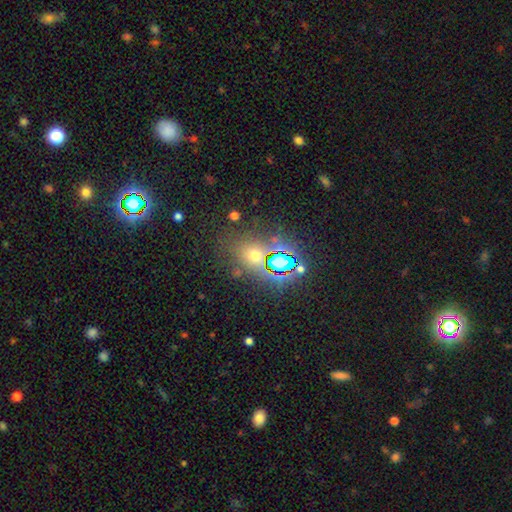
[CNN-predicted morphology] The model was most divided on "smooth or featured": smooth: 46%, star or artifact: 44%, featured or disk: 11%. More confident: merging — none (74%).